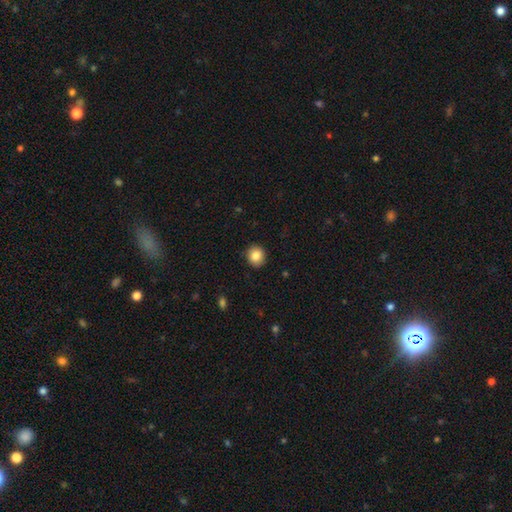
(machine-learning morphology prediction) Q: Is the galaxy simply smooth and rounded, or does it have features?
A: smooth — 85%.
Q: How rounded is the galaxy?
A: round — 83%.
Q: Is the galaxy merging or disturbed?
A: none — 91%.